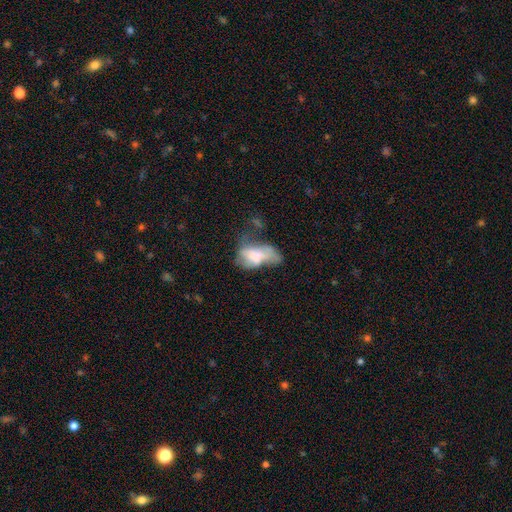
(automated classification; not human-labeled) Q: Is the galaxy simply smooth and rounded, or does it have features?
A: smooth — 54%.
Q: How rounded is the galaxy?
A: in between — 90%.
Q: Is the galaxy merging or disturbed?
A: major disturbance — 43%.